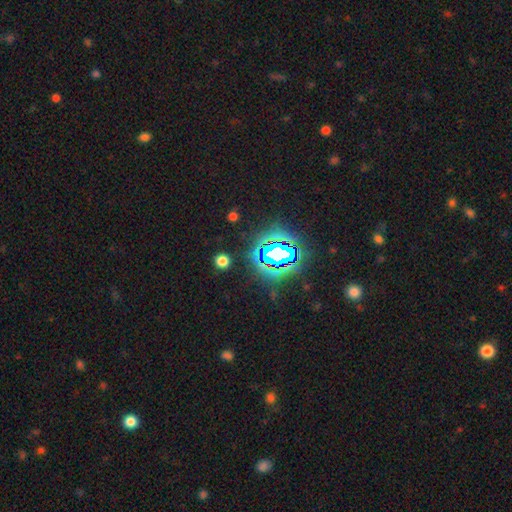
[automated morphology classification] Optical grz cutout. It shows a star or artifact, not a galaxy (81%).